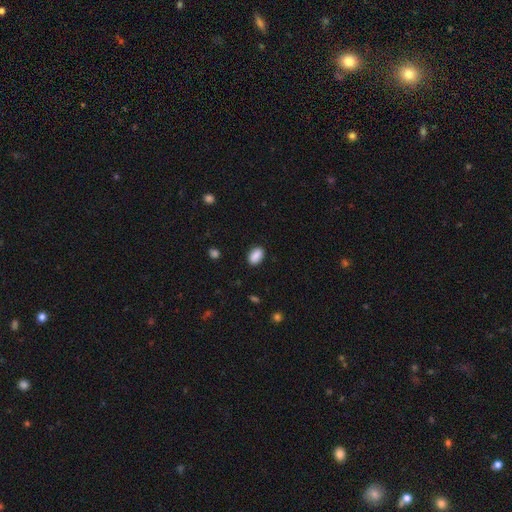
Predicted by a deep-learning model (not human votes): A smooth galaxy with no disk features (89%) that is in between round and cigar-shaped (91%).

Vote fractions:
- Smooth or featured? smooth: 89% / star or artifact: 7% / featured or disk: 3%
- How rounded? in between: 91% / round: 7% / cigar-shaped: 2%
- Merging? none: 88% / minor disturbance: 9% / major disturbance: 2% / merger: 1%